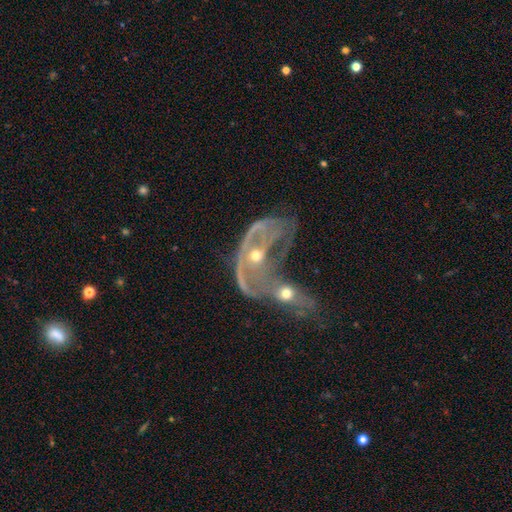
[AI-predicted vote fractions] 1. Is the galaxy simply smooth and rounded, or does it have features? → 73% featured or disk, 17% smooth, 9% star or artifact.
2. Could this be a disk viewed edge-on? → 94% no, 6% yes.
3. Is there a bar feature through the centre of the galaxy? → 76% no, 17% weak, 6% strong.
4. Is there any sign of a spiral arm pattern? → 57% yes, 43% no.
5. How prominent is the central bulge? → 58% moderate, 32% small, 4% none, 4% large, 2% dominant.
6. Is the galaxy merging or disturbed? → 75% merger, 15% major disturbance, 6% none, 5% minor disturbance.